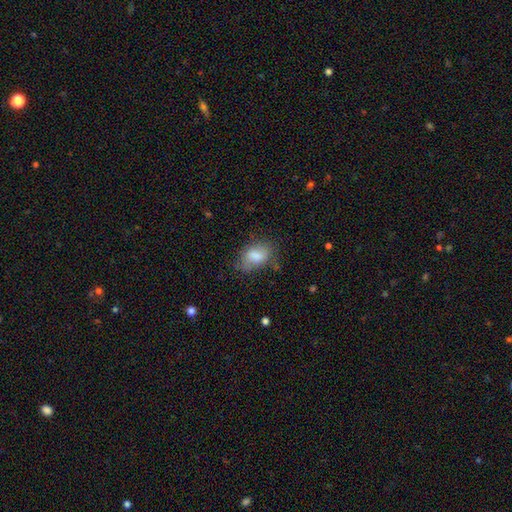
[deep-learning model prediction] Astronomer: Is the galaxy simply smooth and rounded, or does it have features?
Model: smooth — 77%.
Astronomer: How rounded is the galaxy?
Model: in between — 86%.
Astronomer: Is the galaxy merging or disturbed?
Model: none — 58%.